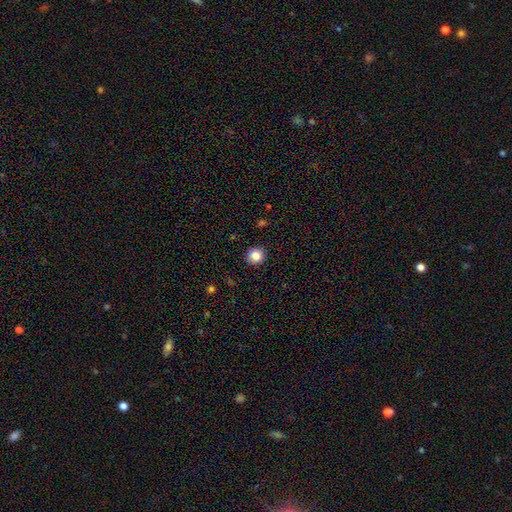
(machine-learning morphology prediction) type=smooth (86%); roundness=round (91%); merging=none (92%).